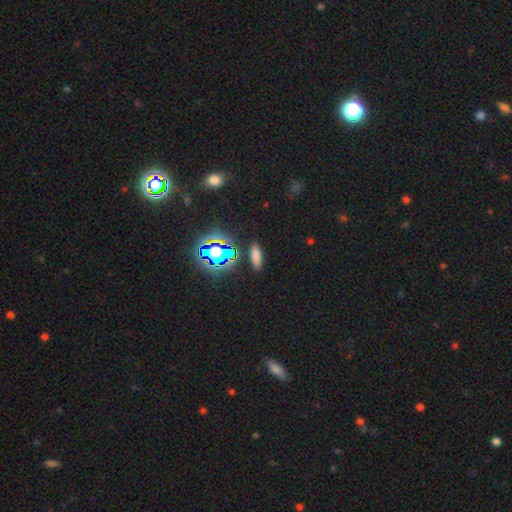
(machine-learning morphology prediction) This appears to be a smooth galaxy with no disk features (67%) that is in between round and cigar-shaped (60%). Merging: none (85%).